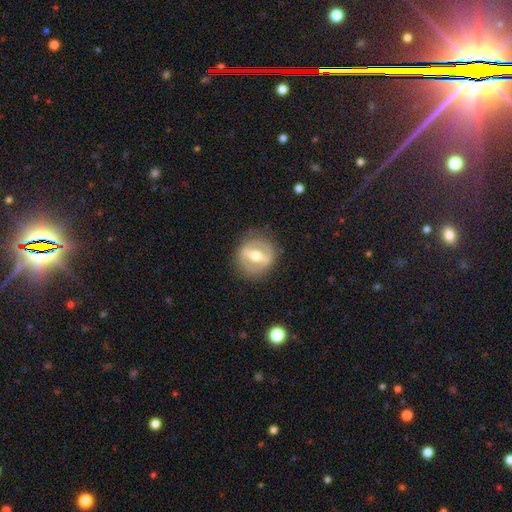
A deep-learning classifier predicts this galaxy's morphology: A featured or disk galaxy (71%) with a strong bar (69%), no spiral arms (79%) and a moderate central bulge (74%). Merging: none (84%).